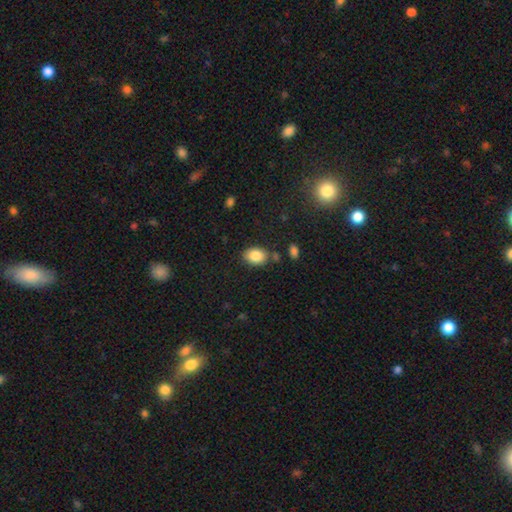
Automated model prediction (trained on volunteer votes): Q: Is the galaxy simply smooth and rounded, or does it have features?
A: smooth — 85%.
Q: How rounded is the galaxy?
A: in between — 74%.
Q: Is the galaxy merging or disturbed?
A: none — 79%.